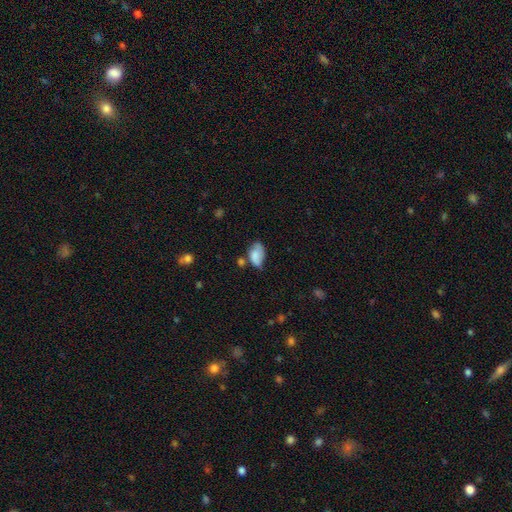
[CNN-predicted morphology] A smooth galaxy with no disk features (73%) that is in between round and cigar-shaped (89%). Merging: none (40%).